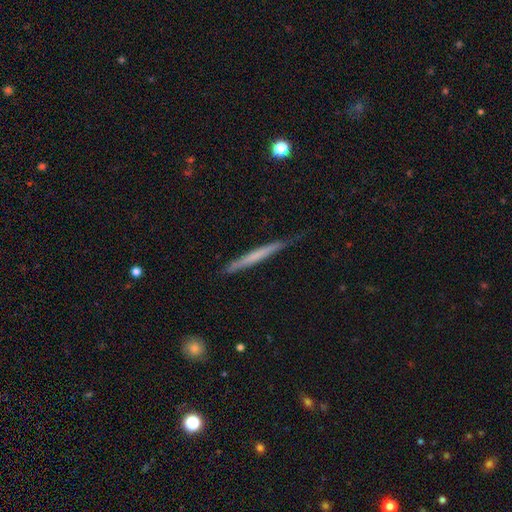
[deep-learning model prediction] smooth_or_featured: smooth (p=0.50) [alt: featured or disk p=0.45]
how_rounded: cigar-shaped (p=0.97) [alt: in between p=0.02]
merging: none (p=0.80) [alt: minor disturbance p=0.16]